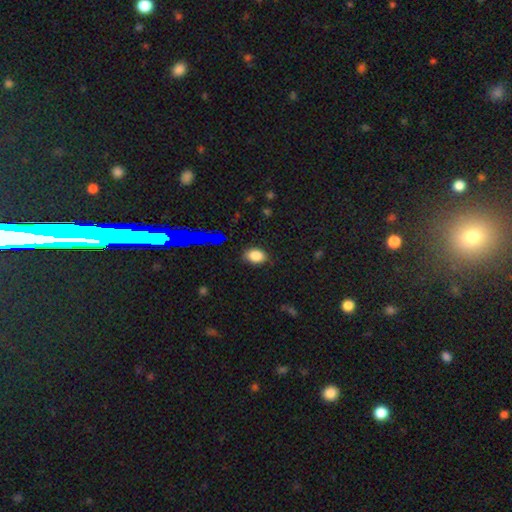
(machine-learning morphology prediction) smooth-or-featured: smooth: 81% | star or artifact: 12% | featured or disk: 6%
  how-rounded: in between: 80% | round: 18% | cigar-shaped: 1%
  merging: none: 83% | minor disturbance: 13% | major disturbance: 3% | merger: 1%